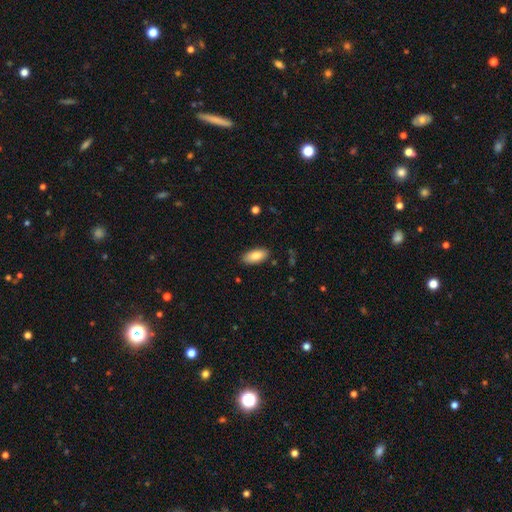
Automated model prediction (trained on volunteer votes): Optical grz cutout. It shows a smooth galaxy with no disk features (84%) that is in between round and cigar-shaped (89%). Merging: none (86%).